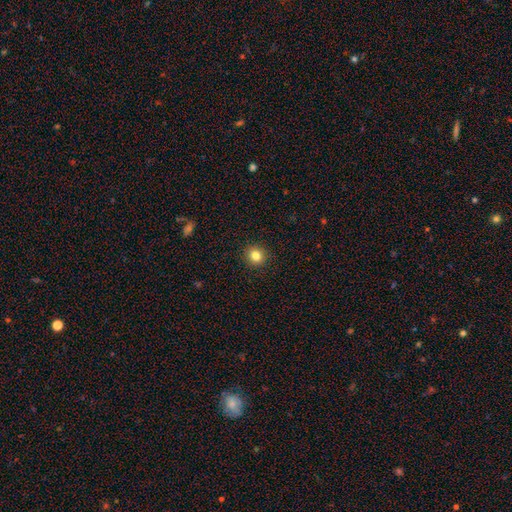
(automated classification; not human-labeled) A smooth galaxy with no disk features (83%) that is round (91%). Merging: none (93%).